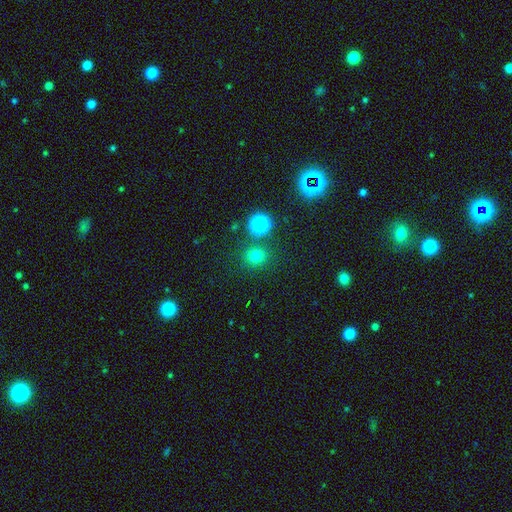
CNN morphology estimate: smooth-or-featured: smooth: 73% | star or artifact: 20% | featured or disk: 6%
  how-rounded: round: 85% | in between: 14% | cigar-shaped: 1%
  merging: none: 81% | minor disturbance: 8% | merger: 7% | major disturbance: 3%